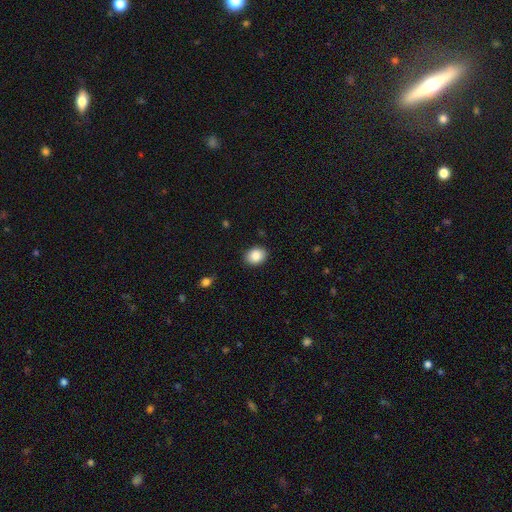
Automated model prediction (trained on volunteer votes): Smooth or featured?
  - smooth: 87% *
  - star or artifact: 8%
  - featured or disk: 5%
How rounded?
  - in between: 61% *
  - round: 38%
  - cigar-shaped: 1%
Merging?
  - none: 89% *
  - minor disturbance: 8%
  - major disturbance: 2%
  - merger: 1%